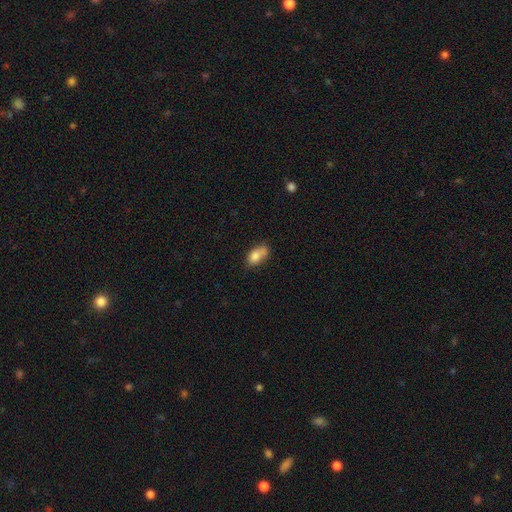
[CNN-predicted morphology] A smooth galaxy with no disk features (77%) that is in between round and cigar-shaped (85%).

Vote fractions:
- Smooth or featured? smooth: 77% / featured or disk: 14% / star or artifact: 9%
- How rounded? in between: 85% / round: 10% / cigar-shaped: 5%
- Merging? none: 42% / minor disturbance: 29% / merger: 19% / major disturbance: 10%